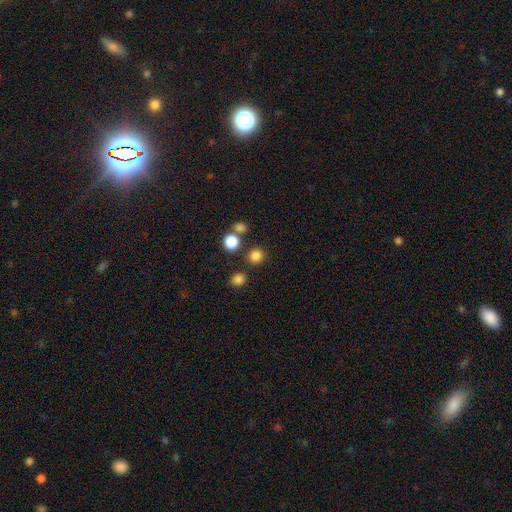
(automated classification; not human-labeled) Smooth or featured: smooth — 81% (star or artifact — 14%)
How rounded: round — 91% (in between — 9%)
Merging: none — 81% (merger — 9%)